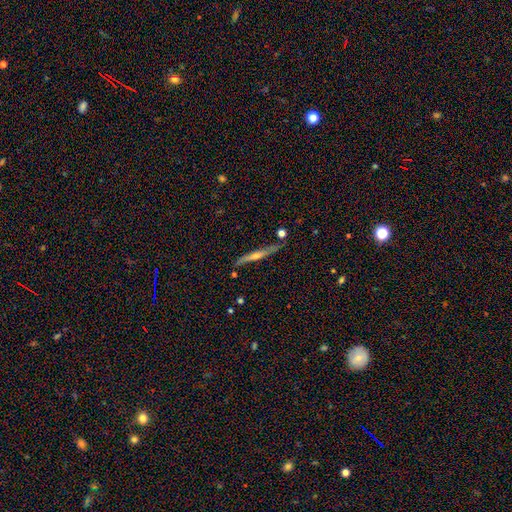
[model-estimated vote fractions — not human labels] Morphology: type=featured or disk (67%); edge-on=yes (96%); edge-on bulge=rounded (72%); merging=none (82%).